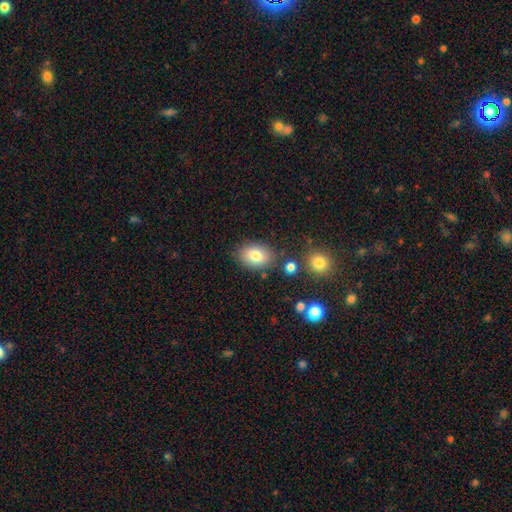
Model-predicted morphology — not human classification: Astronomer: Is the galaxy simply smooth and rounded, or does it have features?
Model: smooth — 81%.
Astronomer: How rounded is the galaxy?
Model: in between — 80%.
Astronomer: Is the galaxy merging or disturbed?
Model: none — 79%.